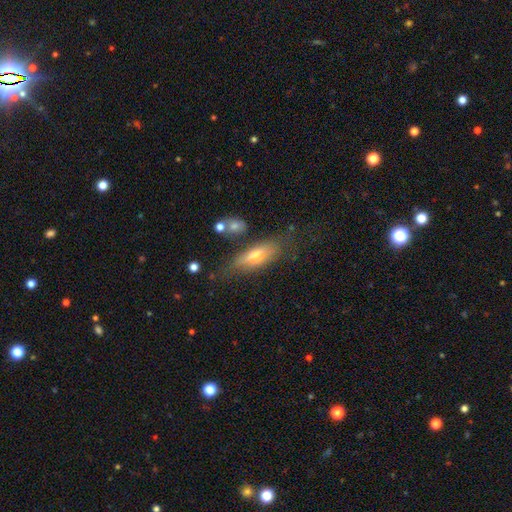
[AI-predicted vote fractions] Smooth or featured? smooth (56%)
How rounded? in between (58%)
Merging? none (61%)